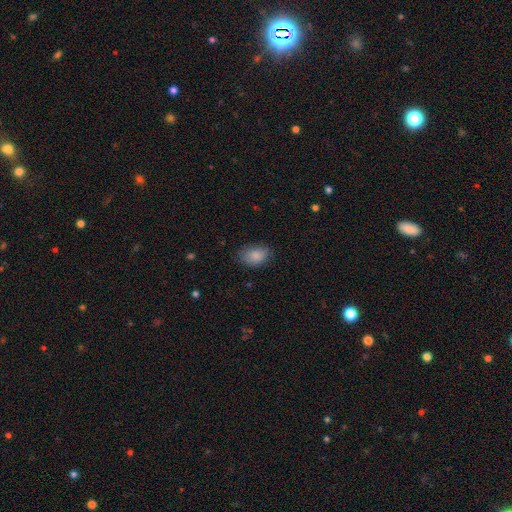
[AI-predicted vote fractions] This appears to be a smooth galaxy with no disk features (86%) that is in between round and cigar-shaped (82%). Merging: none (78%).